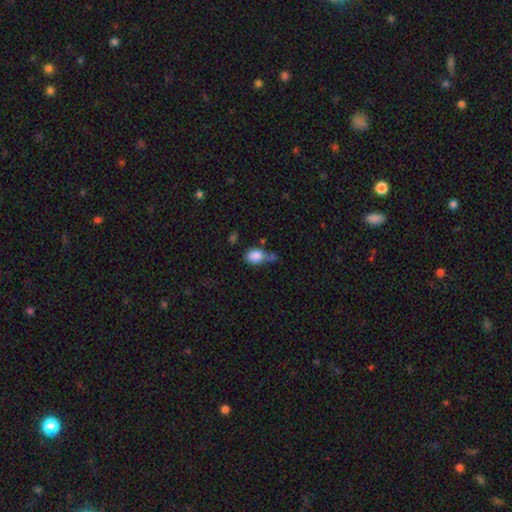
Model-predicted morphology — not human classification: This is clearly a smooth galaxy (84%). How rounded: likely in between (75%). Merging: marginally none (36%).